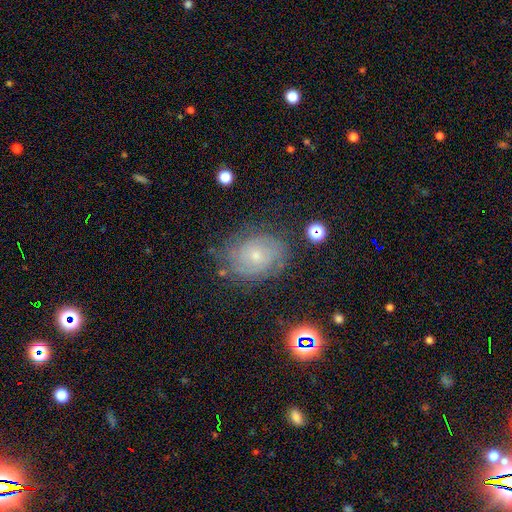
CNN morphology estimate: Smooth or featured?
  - featured or disk: 74% *
  - smooth: 15%
  - star or artifact: 12%
Edge-on disk?
  - no: 97% *
  - yes: 3%
Bar?
  - no: 74% *
  - weak: 22%
  - strong: 4%
Spiral arms?
  - yes: 93% *
  - no: 7%
Spiral winding?
  - tight: 72% *
  - medium: 22%
  - loose: 5%
Spiral arm count?
  - can't tell: 41% *
  - 2: 30%
  - 3: 13%
  - 4: 6%
  - 1: 5%
  - more than 4: 5%
Bulge size?
  - small: 67% *
  - moderate: 28%
  - none: 2%
  - large: 1%
  - dominant: 1%
Merging?
  - none: 74% *
  - minor disturbance: 17%
  - major disturbance: 7%
  - merger: 2%